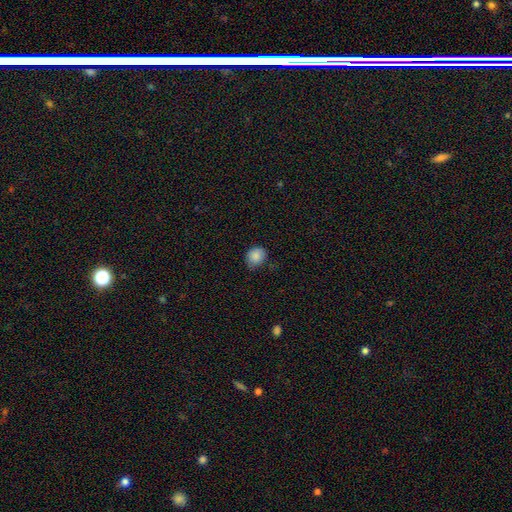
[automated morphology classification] type=smooth (87%); roundness=round (62%); merging=none (68%).